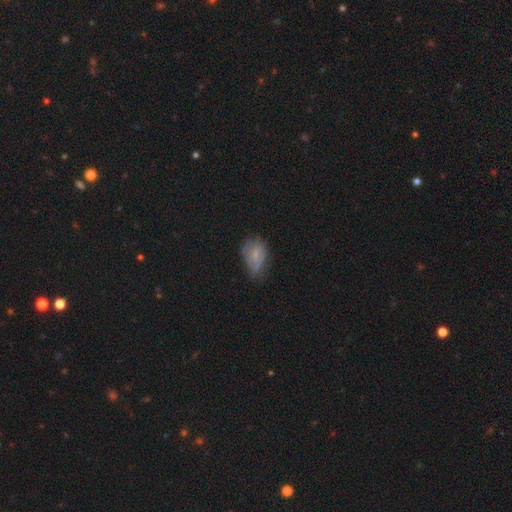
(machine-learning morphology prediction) smooth 60%, featured or disk 30%, star or artifact 10%. Down the decision tree: how rounded — in between (82%); merging — none (41%).